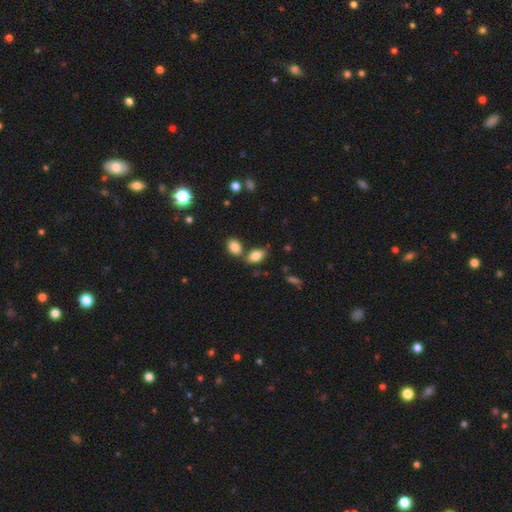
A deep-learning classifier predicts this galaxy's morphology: A smooth galaxy with no disk features (84%) that is in between round and cigar-shaped (91%). Merging: none (62%).